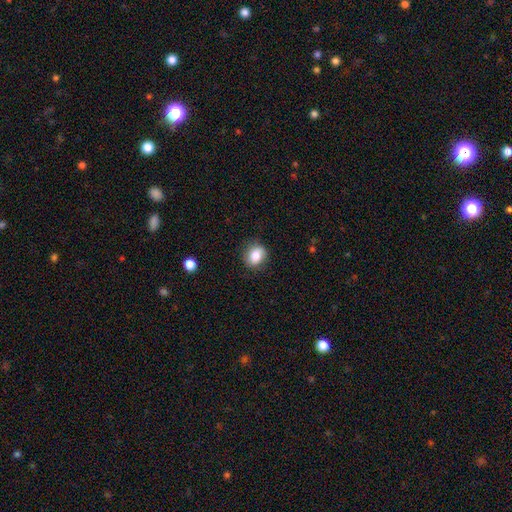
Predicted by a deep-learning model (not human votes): Smooth or featured?
  - smooth: 83% *
  - star or artifact: 9%
  - featured or disk: 8%
How rounded?
  - round: 59% *
  - in between: 40%
  - cigar-shaped: 1%
Merging?
  - none: 82% *
  - minor disturbance: 13%
  - major disturbance: 3%
  - merger: 1%